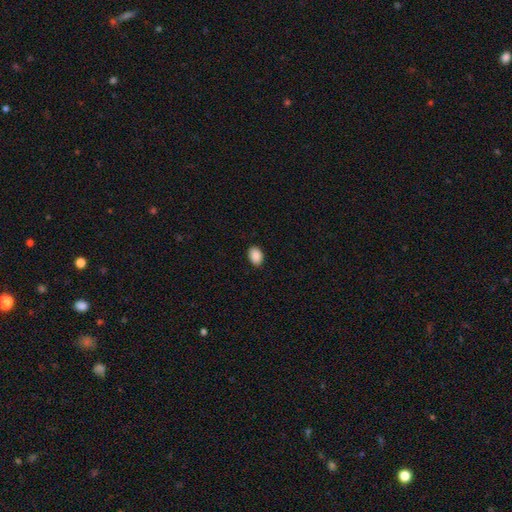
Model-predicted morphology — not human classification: smooth 90%, star or artifact 7%, featured or disk 3%. Down the decision tree: how rounded — in between (81%); merging — none (89%).